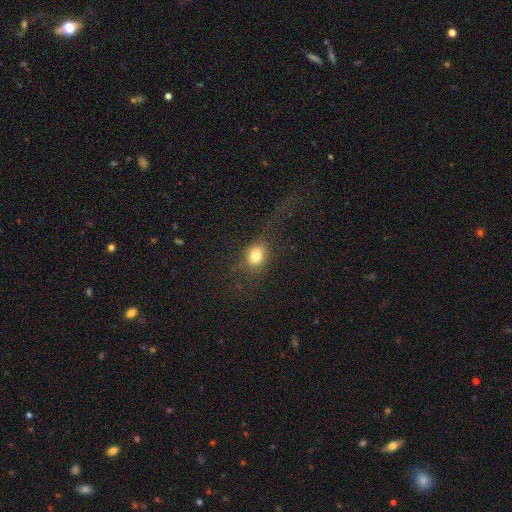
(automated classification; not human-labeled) Overall: smooth (78%). How rounded: in between (55%; round 43%). Merging: none (63%).